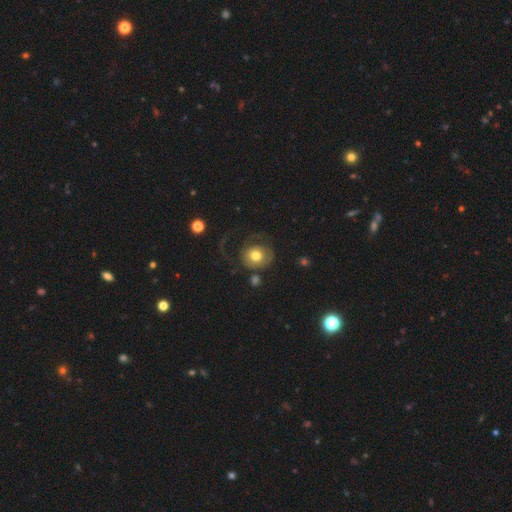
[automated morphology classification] type=smooth (61%); roundness=round (77%); merging=none (42%).